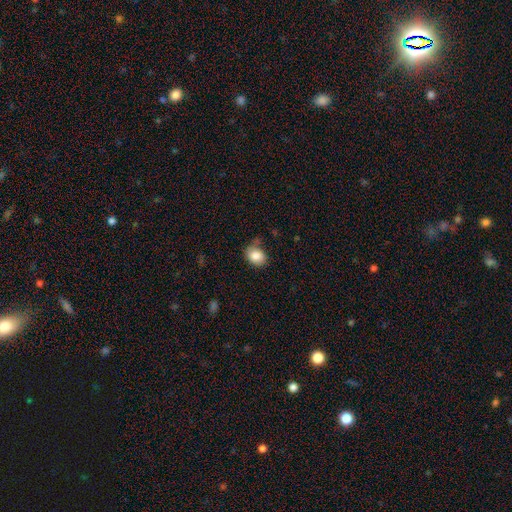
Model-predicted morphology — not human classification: Smooth or featured? Predicted: smooth (p=0.84). How rounded? Predicted: in between (p=0.64). Merging? Predicted: none (p=0.67).